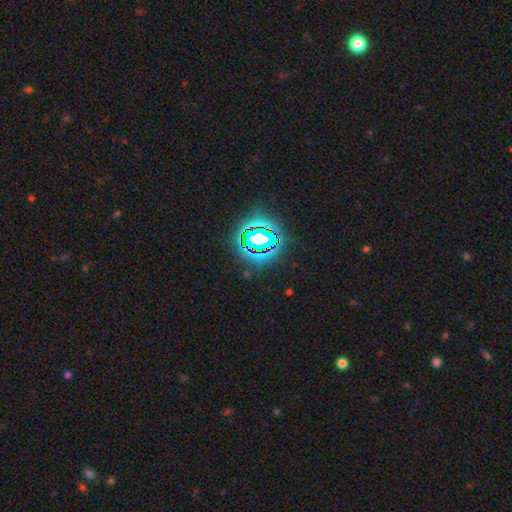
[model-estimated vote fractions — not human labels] A star or artifact, not a galaxy (80%).

Vote fractions:
- Smooth or featured? star or artifact: 80% / smooth: 13% / featured or disk: 7%